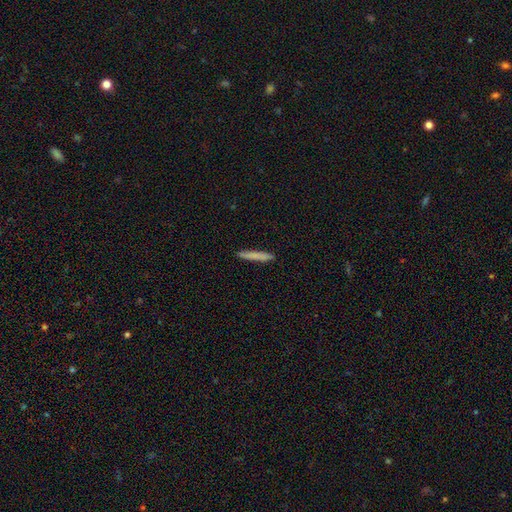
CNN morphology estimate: This is likely a smooth galaxy (78%). How rounded: clearly cigar-shaped (95%). Merging: clearly none (91%).